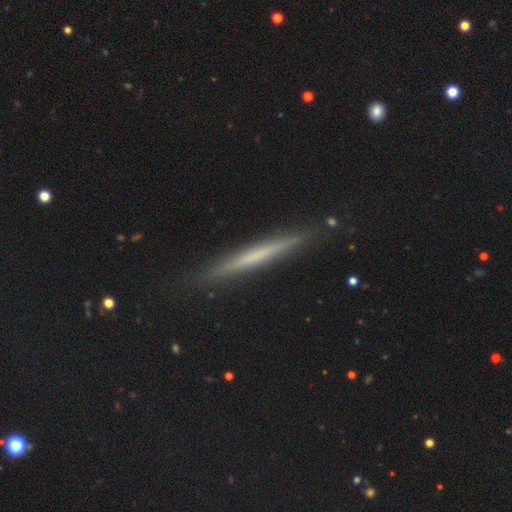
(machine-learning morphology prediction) Overall: featured or disk (54%; smooth 39%). Edge-on disk: yes (97%). Edge-on bulge: none (88%). Merging: none (89%).